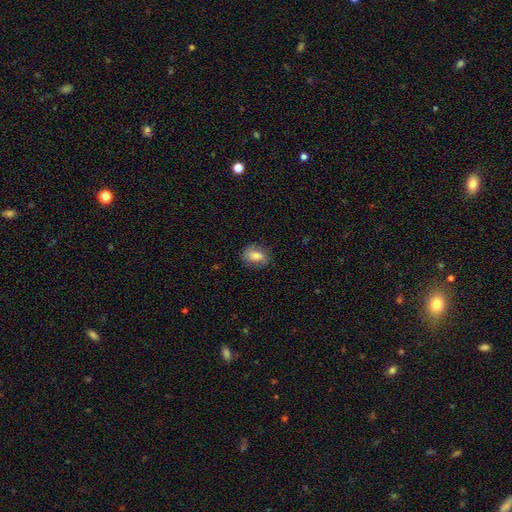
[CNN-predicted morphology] A smooth galaxy with no disk features (73%) that is in between round and cigar-shaped (69%).

Vote fractions:
- Smooth or featured? smooth: 73% / featured or disk: 19% / star or artifact: 8%
- How rounded? in between: 69% / round: 28% / cigar-shaped: 2%
- Merging? none: 78% / minor disturbance: 17% / major disturbance: 4% / merger: 1%